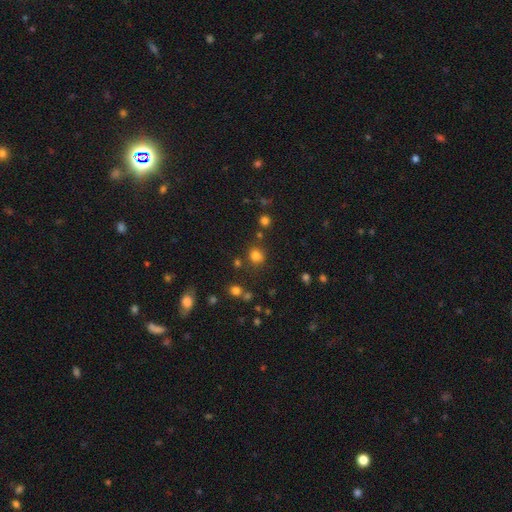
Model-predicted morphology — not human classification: This is likely a smooth galaxy (77%). How rounded: clearly round (82%). Merging: likely none (77%).